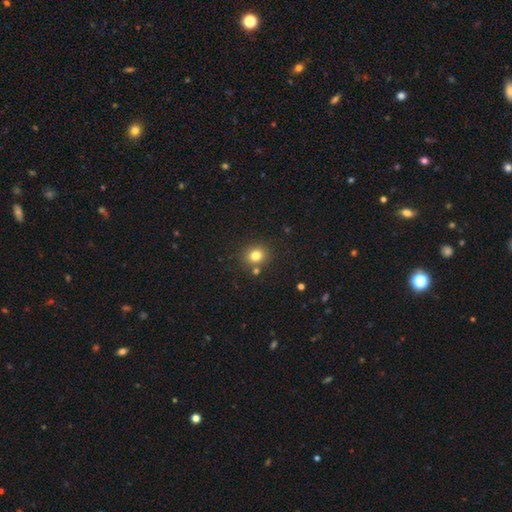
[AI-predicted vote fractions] smooth_or_featured: smooth (p=0.80) [alt: star or artifact p=0.13]
how_rounded: round (p=0.77) [alt: in between p=0.22]
merging: none (p=0.79) [alt: minor disturbance p=0.09]